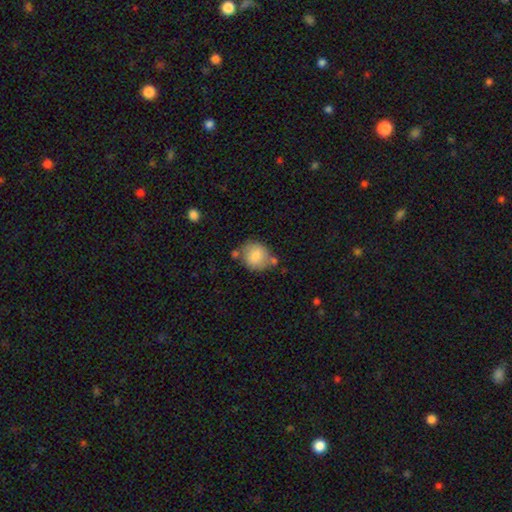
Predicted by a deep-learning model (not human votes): Morphology: type=smooth (78%); roundness=round (74%); merging=none (61%).